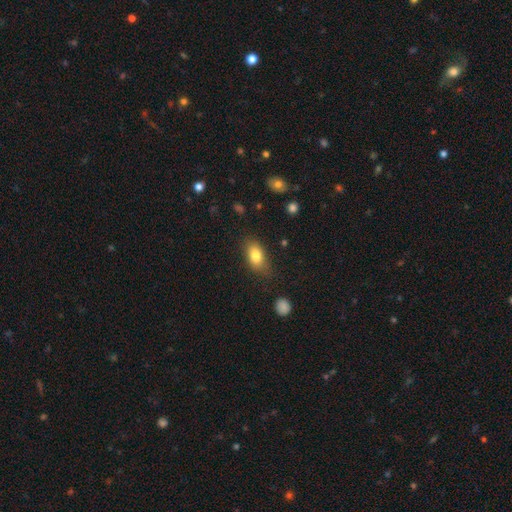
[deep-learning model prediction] A smooth galaxy with no disk features (81%) that is in between round and cigar-shaped (85%).

Vote fractions:
- Smooth or featured? smooth: 81% / featured or disk: 11% / star or artifact: 9%
- How rounded? in between: 85% / round: 11% / cigar-shaped: 4%
- Merging? none: 74% / minor disturbance: 19% / major disturbance: 5% / merger: 2%